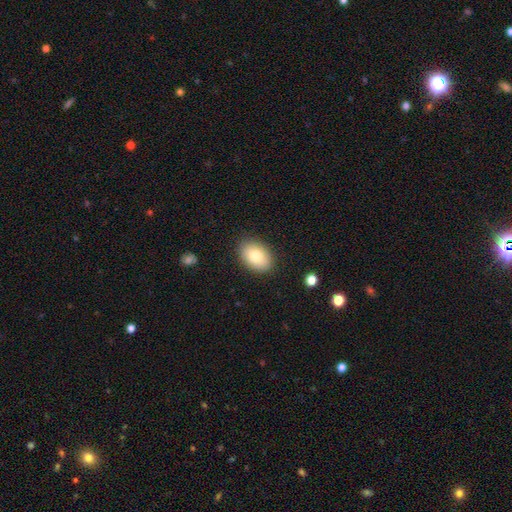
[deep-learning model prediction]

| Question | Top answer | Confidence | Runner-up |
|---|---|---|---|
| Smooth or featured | smooth | 80% | featured or disk (13%) |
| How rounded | in between | 83% | round (16%) |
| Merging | none | 87% | minor disturbance (10%) |